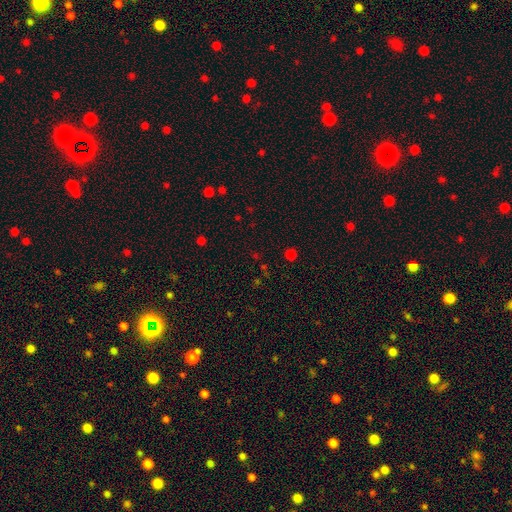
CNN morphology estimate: Smooth or featured? star or artifact (53%)